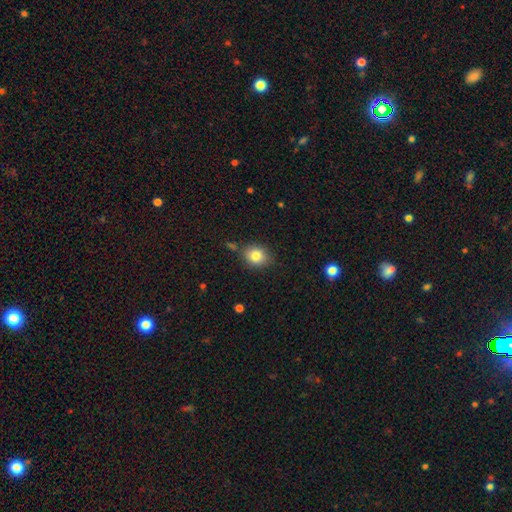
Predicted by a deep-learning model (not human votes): This is clearly a smooth galaxy (82%). How rounded: likely round (66%). Merging: likely none (78%).